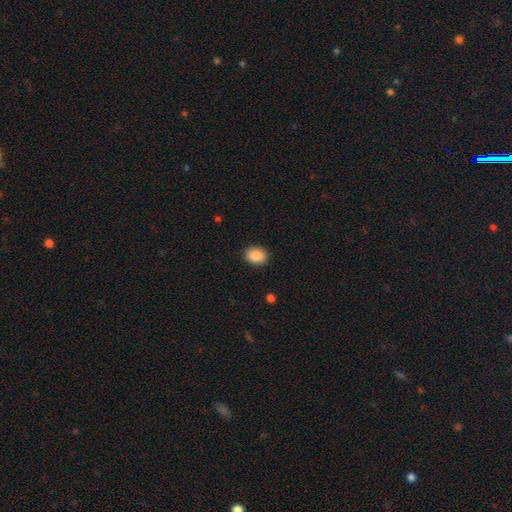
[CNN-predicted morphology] Q: Smooth or featured?
A: smooth (89%); runner-up: star or artifact (8%)
Q: How rounded?
A: in between (65%); runner-up: round (34%)
Q: Merging?
A: none (89%); runner-up: minor disturbance (8%)